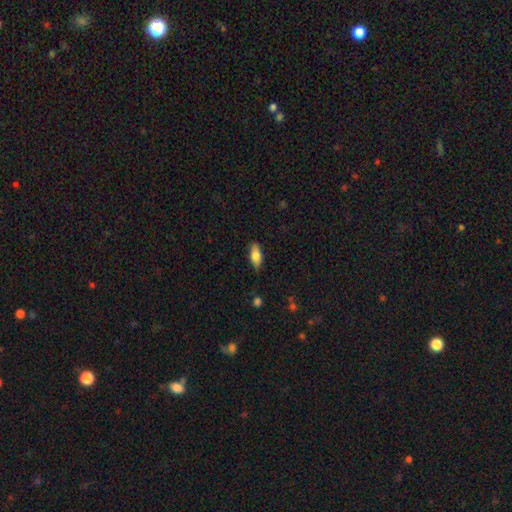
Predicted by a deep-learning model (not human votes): A smooth galaxy with no disk features (76%) that is in between round and cigar-shaped (83%). Merging: none (84%).